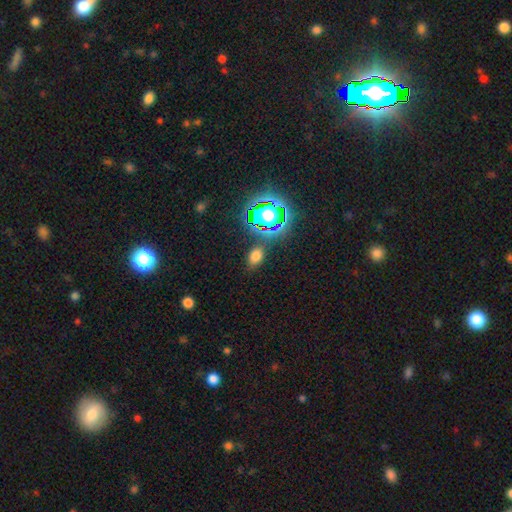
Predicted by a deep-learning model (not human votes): Q: Smooth or featured?
A: smooth (65%); runner-up: star or artifact (27%)
Q: How rounded?
A: in between (82%); runner-up: round (16%)
Q: Merging?
A: none (80%); runner-up: minor disturbance (12%)